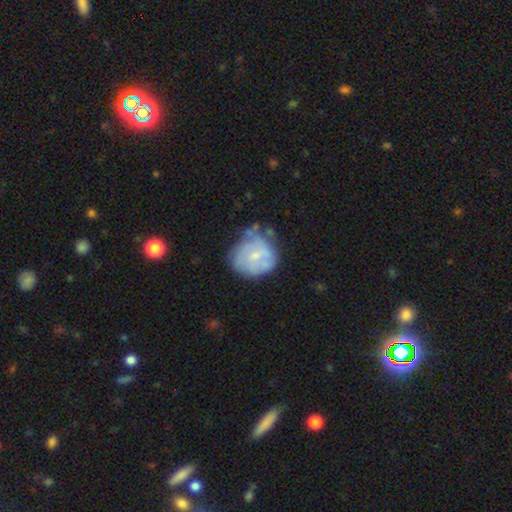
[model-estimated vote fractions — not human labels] featured or disk 47%, smooth 45%, star or artifact 8%. Down the decision tree: merging — none (45%).